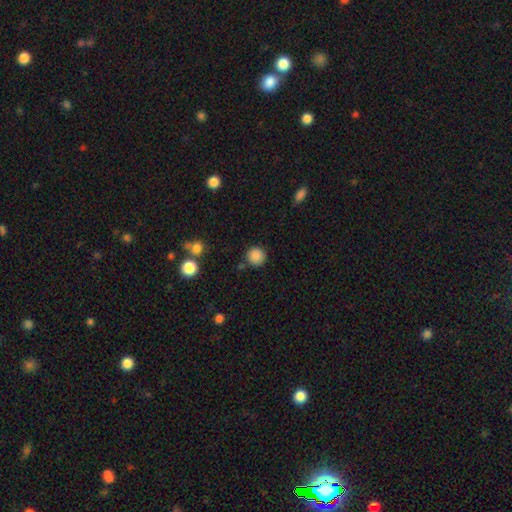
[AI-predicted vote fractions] Smooth or featured?
  - smooth: 87% *
  - star or artifact: 10%
  - featured or disk: 3%
How rounded?
  - round: 94% *
  - in between: 5%
  - cigar-shaped: 1%
Merging?
  - none: 84% *
  - minor disturbance: 9%
  - merger: 4%
  - major disturbance: 3%